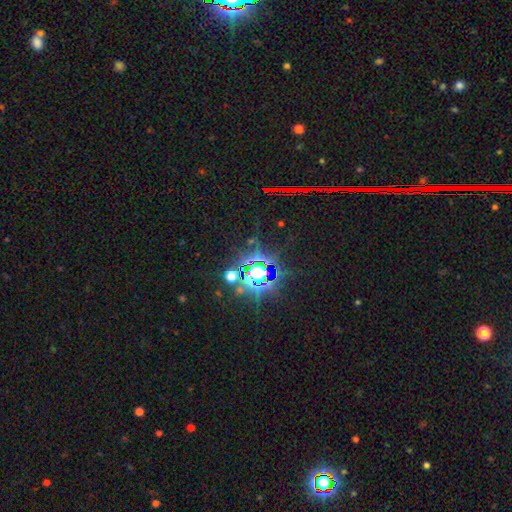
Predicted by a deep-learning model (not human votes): A star or artifact, not a galaxy (85%).

Vote fractions:
- Smooth or featured? star or artifact: 85% / smooth: 8% / featured or disk: 7%